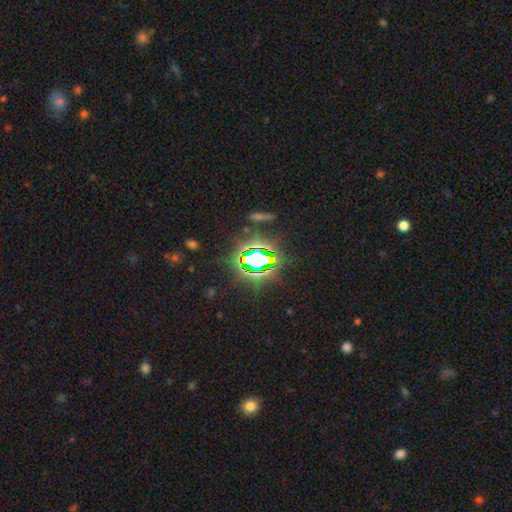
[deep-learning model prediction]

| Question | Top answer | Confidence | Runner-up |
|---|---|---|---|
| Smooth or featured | star or artifact | 79% | smooth (11%) |